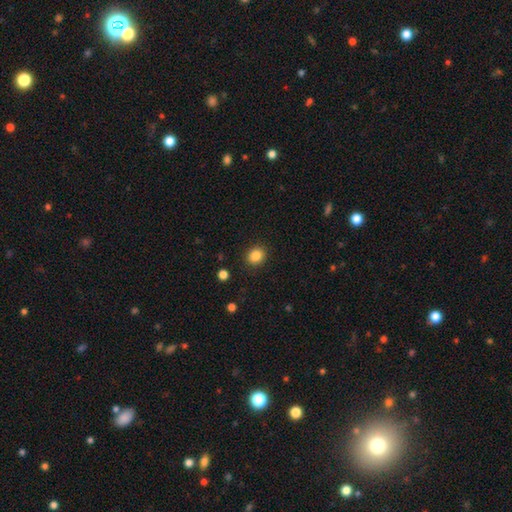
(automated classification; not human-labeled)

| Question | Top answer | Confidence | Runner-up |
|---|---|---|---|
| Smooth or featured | smooth | 85% | star or artifact (10%) |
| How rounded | round | 73% | in between (26%) |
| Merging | none | 90% | minor disturbance (7%) |